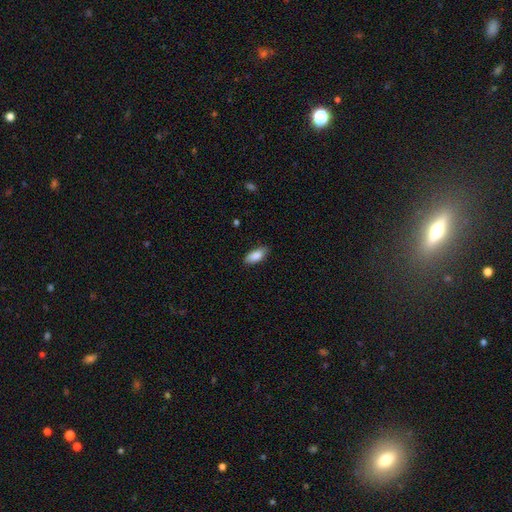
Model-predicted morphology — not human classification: Smooth or featured? smooth (87%)
How rounded? in between (84%)
Merging? none (82%)